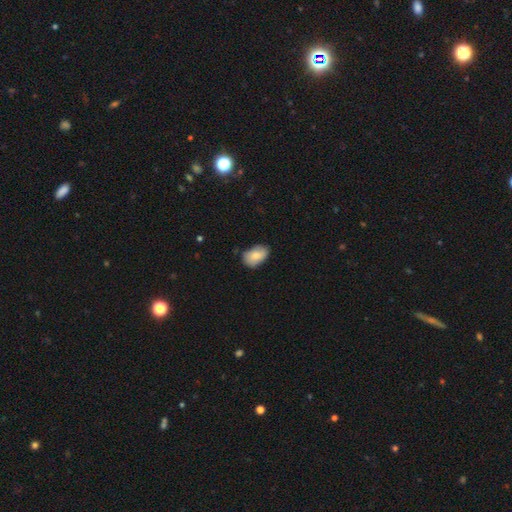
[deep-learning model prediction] This is clearly a smooth galaxy (81%). How rounded: clearly in between (88%). Merging: likely none (69%).